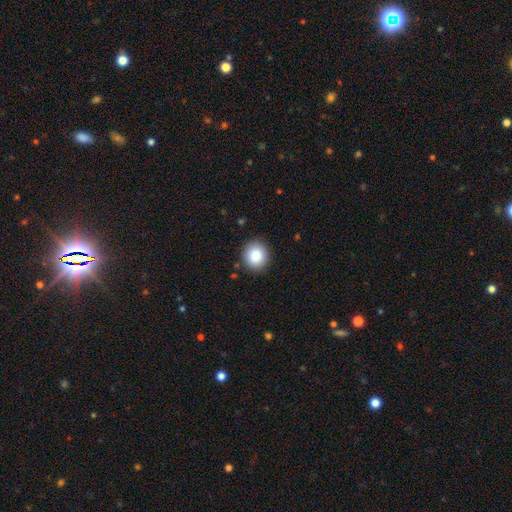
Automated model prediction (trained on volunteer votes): Overall: smooth (85%). How rounded: round (83%). Merging: none (90%).